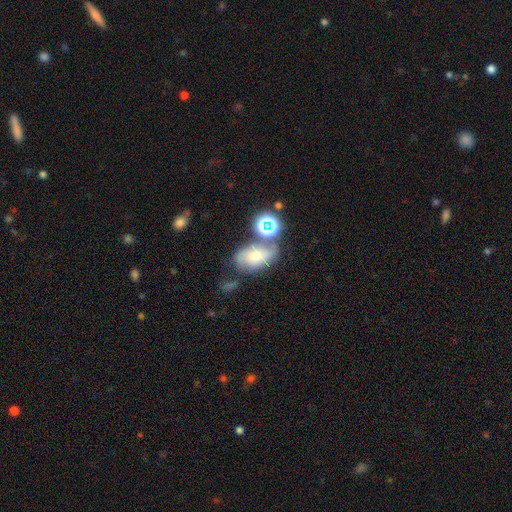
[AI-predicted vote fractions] smooth_or_featured: smooth (p=0.51) [alt: featured or disk p=0.32]
how_rounded: in between (p=0.81) [alt: round p=0.17]
merging: none (p=0.47) [alt: minor disturbance p=0.22]